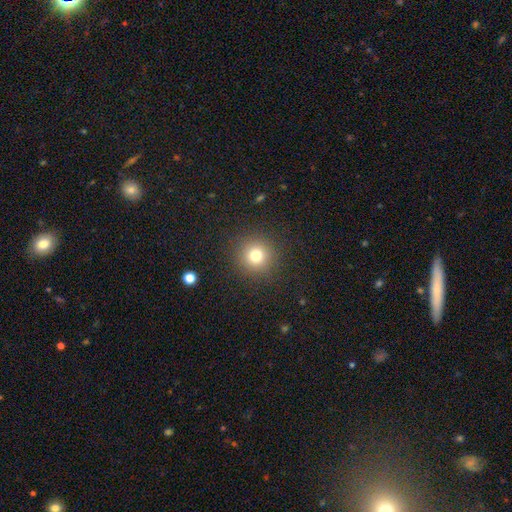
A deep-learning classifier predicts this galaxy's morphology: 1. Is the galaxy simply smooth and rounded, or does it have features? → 77% smooth, 14% star or artifact, 8% featured or disk.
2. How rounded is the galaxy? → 95% round, 4% in between, 1% cigar-shaped.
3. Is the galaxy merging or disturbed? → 90% none, 6% minor disturbance, 3% major disturbance, 1% merger.